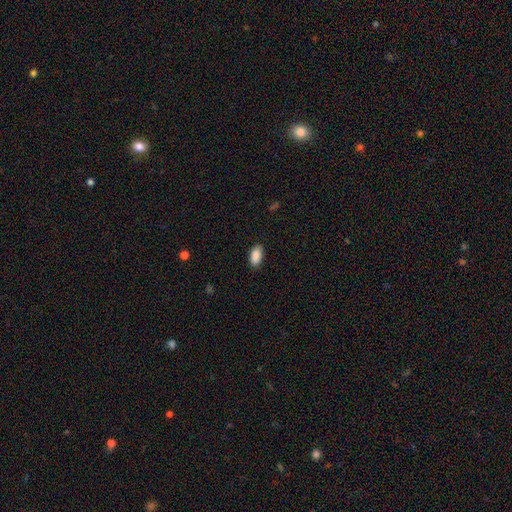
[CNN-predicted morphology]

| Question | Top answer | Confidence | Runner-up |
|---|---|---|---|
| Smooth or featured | smooth | 90% | star or artifact (6%) |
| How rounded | in between | 92% | cigar-shaped (5%) |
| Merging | none | 87% | minor disturbance (9%) |